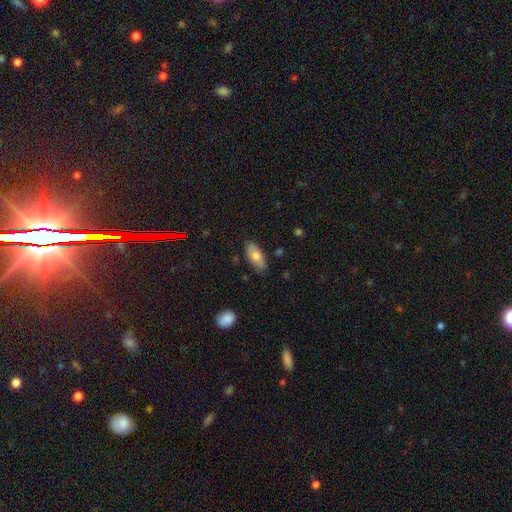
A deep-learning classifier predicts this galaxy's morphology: Smooth or featured?
  - smooth: 72% *
  - featured or disk: 22%
  - star or artifact: 6%
How rounded?
  - in between: 89% *
  - cigar-shaped: 8%
  - round: 3%
Merging?
  - none: 80% *
  - minor disturbance: 16%
  - major disturbance: 3%
  - merger: 1%